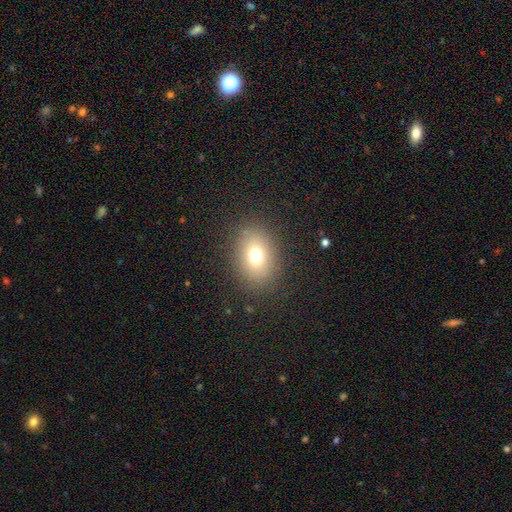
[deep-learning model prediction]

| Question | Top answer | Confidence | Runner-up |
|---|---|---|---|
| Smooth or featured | smooth | 71% | star or artifact (16%) |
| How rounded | in between | 61% | round (38%) |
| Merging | none | 85% | minor disturbance (9%) |